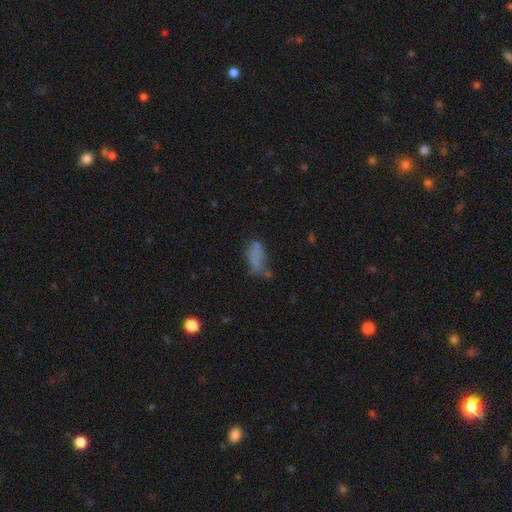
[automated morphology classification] smooth_or_featured: smooth (p=0.61) [alt: featured or disk p=0.23]
how_rounded: in between (p=0.81) [alt: cigar-shaped p=0.14]
merging: none (p=0.36) [alt: minor disturbance p=0.26]